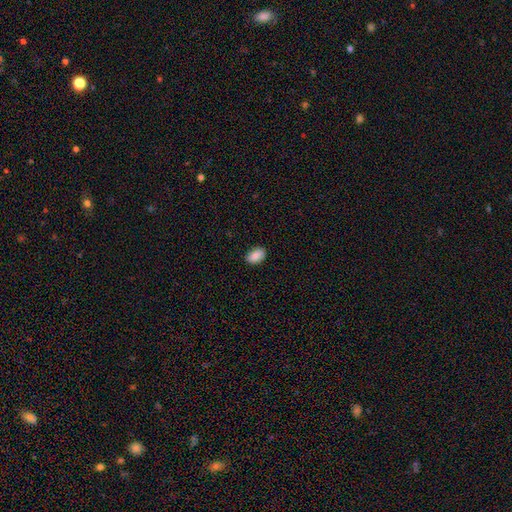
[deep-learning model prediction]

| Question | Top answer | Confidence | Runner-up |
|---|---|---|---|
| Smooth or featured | smooth | 89% | star or artifact (7%) |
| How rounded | in between | 91% | round (7%) |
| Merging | none | 88% | minor disturbance (9%) |